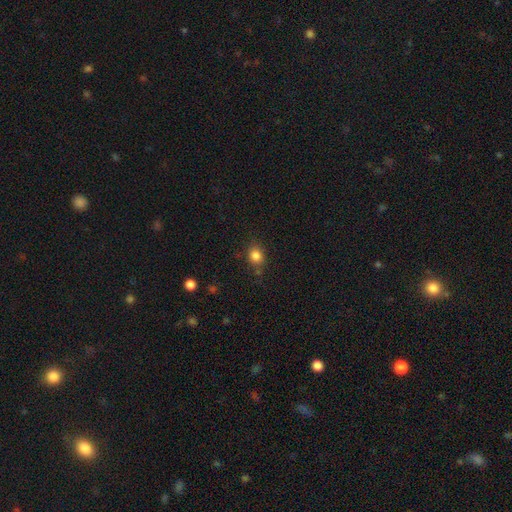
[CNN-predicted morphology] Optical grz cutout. It shows a smooth galaxy with no disk features (83%) that is round (63%). Merging: none (78%).